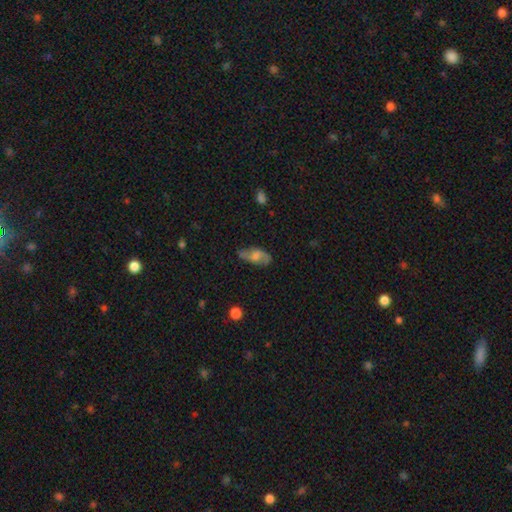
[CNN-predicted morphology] Overall: featured or disk (47%; smooth 44%). Merging: none (66%).